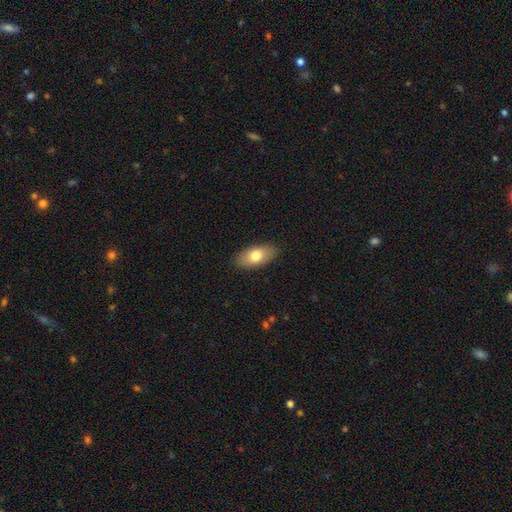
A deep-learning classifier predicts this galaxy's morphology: This appears to be a smooth galaxy with no disk features (76%) that is in between round and cigar-shaped (90%). Merging: none (88%).